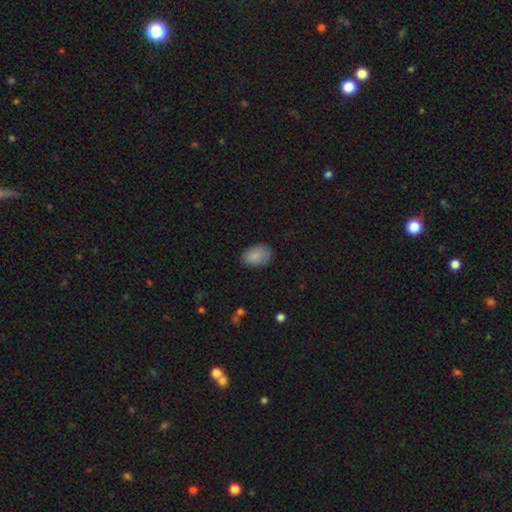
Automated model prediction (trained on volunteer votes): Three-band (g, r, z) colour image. It shows a smooth galaxy with no disk features (88%) that is in between round and cigar-shaped (86%). Merging: none (80%).